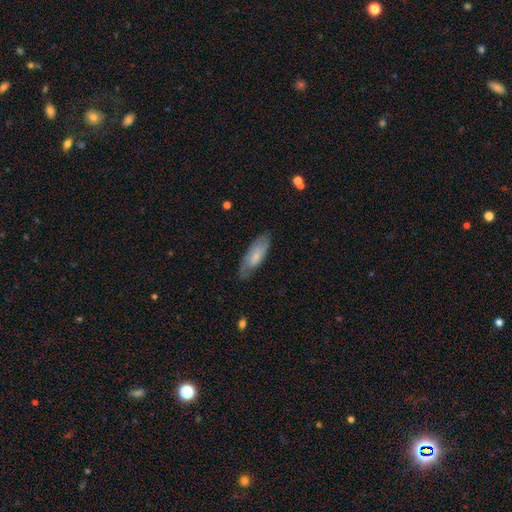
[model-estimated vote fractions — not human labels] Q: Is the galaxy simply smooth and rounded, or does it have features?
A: smooth — 59%.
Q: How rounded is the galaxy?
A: in between — 65%.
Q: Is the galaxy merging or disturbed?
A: none — 75%.